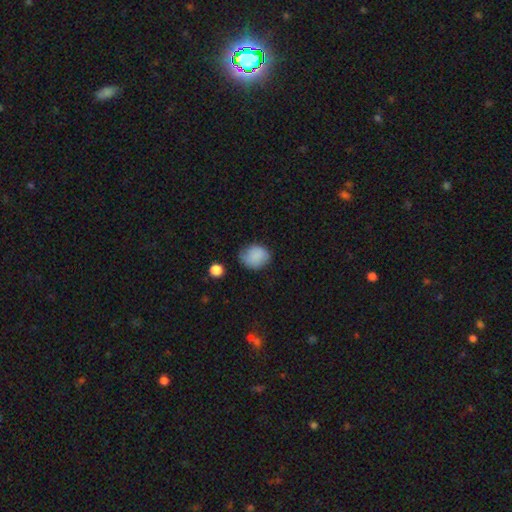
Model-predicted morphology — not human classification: A smooth galaxy with no disk features (86%) that is round (59%).

Vote fractions:
- Smooth or featured? smooth: 86% / star or artifact: 9% / featured or disk: 6%
- How rounded? round: 59% / in between: 40% / cigar-shaped: 1%
- Merging? none: 67% / minor disturbance: 25% / major disturbance: 6% / merger: 2%